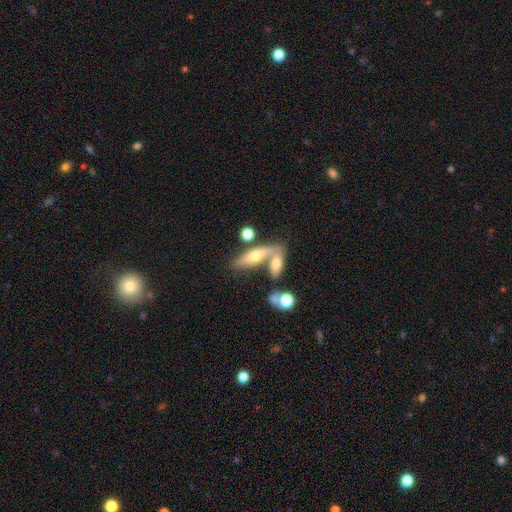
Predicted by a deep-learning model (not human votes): Smooth or featured? Predicted: smooth (p=0.48). Merging? Predicted: merger (p=0.42, tied with none).